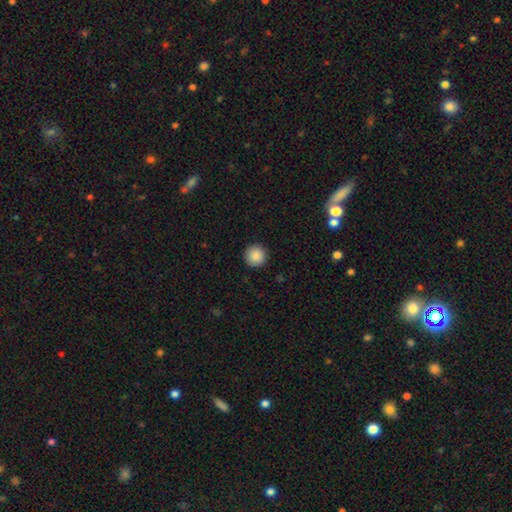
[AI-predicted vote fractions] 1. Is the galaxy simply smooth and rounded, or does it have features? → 88% smooth, 9% star or artifact, 4% featured or disk.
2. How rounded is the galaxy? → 96% round, 3% in between, 1% cigar-shaped.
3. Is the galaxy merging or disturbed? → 92% none, 5% minor disturbance, 2% major disturbance, 1% merger.